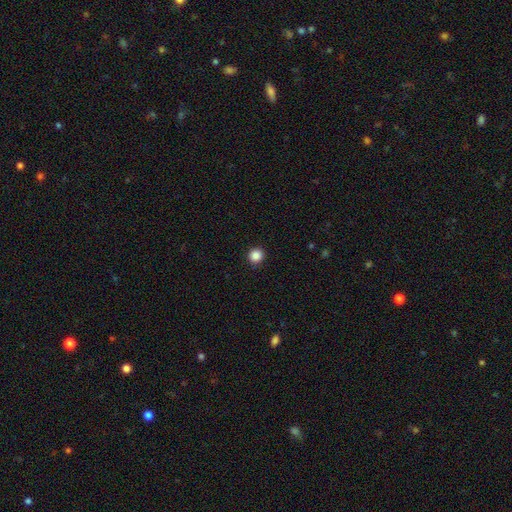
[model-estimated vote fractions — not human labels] Overall: smooth (86%). How rounded: round (95%). Merging: none (93%).